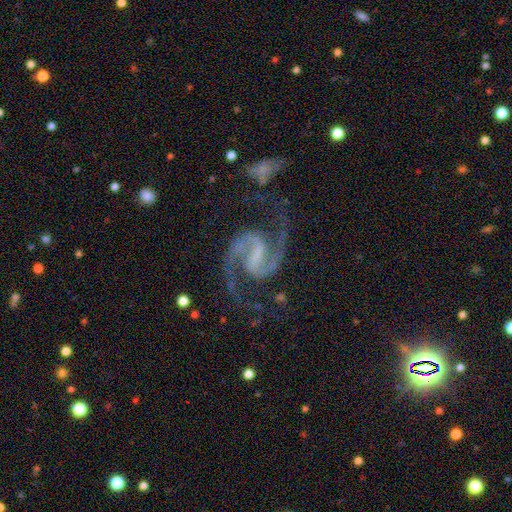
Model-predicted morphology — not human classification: A featured or disk galaxy (94%) with a weak bar (45%), 2 (95%) medium (69%) spiral arms (99%) and no central bulge (50%).

Vote fractions:
- Smooth or featured? featured or disk: 94% / star or artifact: 4% / smooth: 2%
- Edge-on disk? no: 98% / yes: 2%
- Bar? weak: 45% / strong: 39% / no: 16%
- Spiral arms? yes: 99% / no: 1%
- Spiral winding? medium: 69% / loose: 16% / tight: 15%
- Spiral arm count? 2: 95% / can't tell: 1% / 3: 1% / 1: 1% / 4: 1% / more than 4: 1%
- Bulge size? none: 50% / small: 32% / moderate: 14% / large: 3% / dominant: 1%
- Merging? none: 74% / minor disturbance: 15% / major disturbance: 8% / merger: 3%